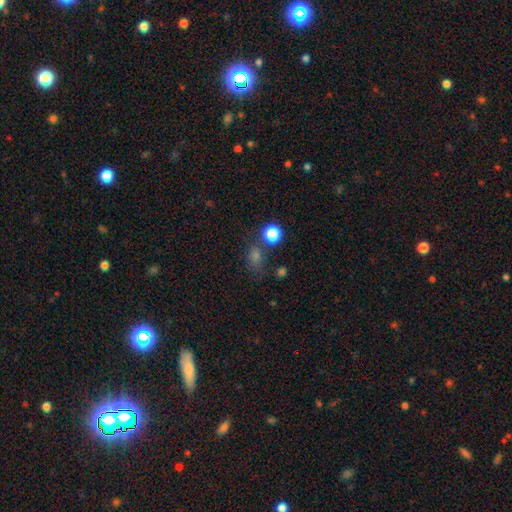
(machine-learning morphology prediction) Q: Smooth or featured?
A: smooth (61%); runner-up: star or artifact (32%)
Q: How rounded?
A: round (50%); runner-up: in between (48%)
Q: Merging?
A: none (66%); runner-up: minor disturbance (15%)